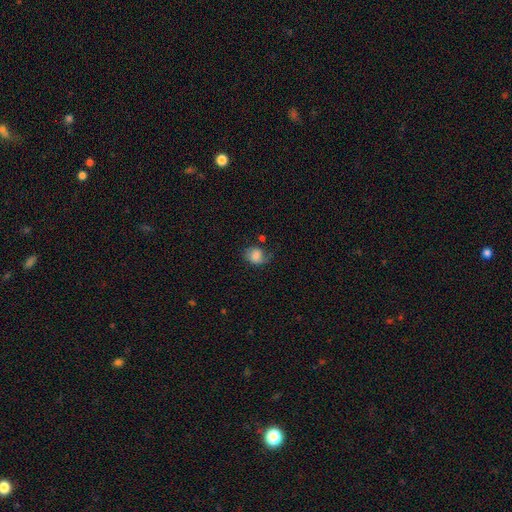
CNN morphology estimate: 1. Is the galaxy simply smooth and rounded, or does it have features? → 77% smooth, 14% featured or disk, 10% star or artifact.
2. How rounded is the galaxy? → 52% round, 47% in between, 1% cigar-shaped.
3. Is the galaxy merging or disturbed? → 47% none, 32% minor disturbance, 17% major disturbance, 4% merger.